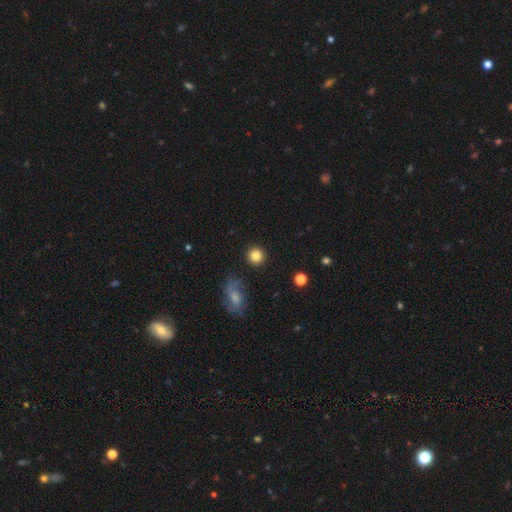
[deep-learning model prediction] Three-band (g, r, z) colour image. It shows a smooth galaxy with no disk features (83%) that is round (93%). Merging: none (89%).